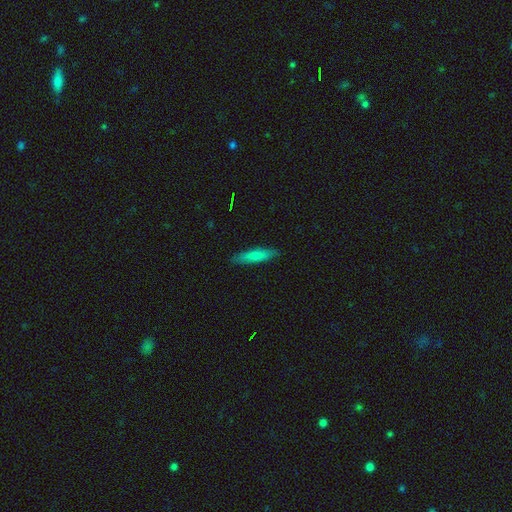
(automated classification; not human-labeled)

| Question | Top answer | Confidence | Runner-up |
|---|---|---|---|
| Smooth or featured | smooth | 70% | featured or disk (24%) |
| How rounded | cigar-shaped | 80% | in between (19%) |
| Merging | none | 88% | minor disturbance (10%) |